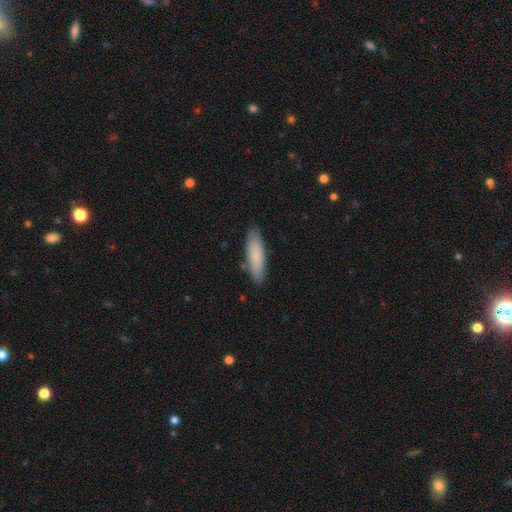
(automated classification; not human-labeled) This appears to be a smooth galaxy with no disk features (82%) that is cigar-shaped (67%). Merging: none (85%).